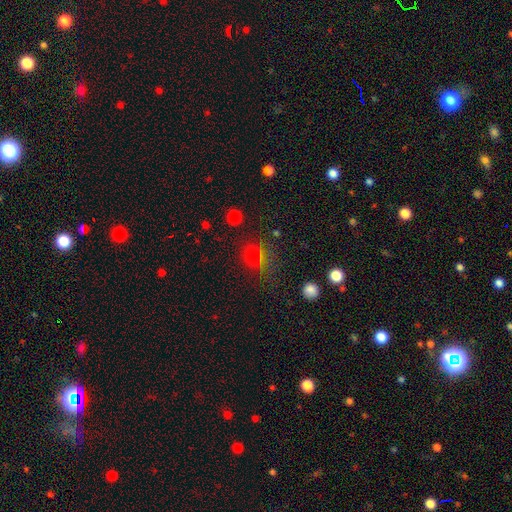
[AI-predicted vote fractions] This appears to be a smooth galaxy with no disk features (56%) that is round (85%). Merging: none (79%).